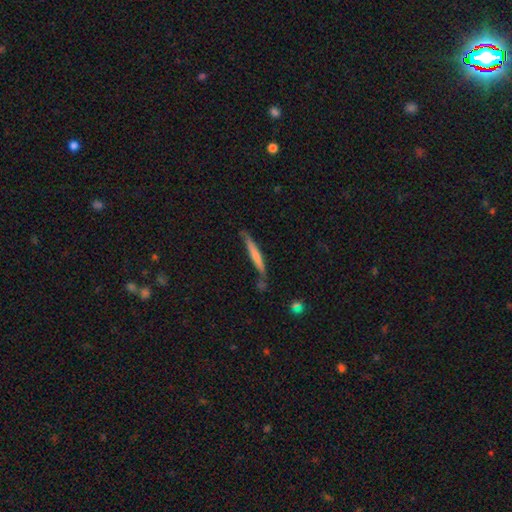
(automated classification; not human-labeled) Q: Smooth or featured?
A: smooth (59%); runner-up: featured or disk (36%)
Q: How rounded?
A: cigar-shaped (95%); runner-up: in between (4%)
Q: Merging?
A: none (69%); runner-up: minor disturbance (20%)